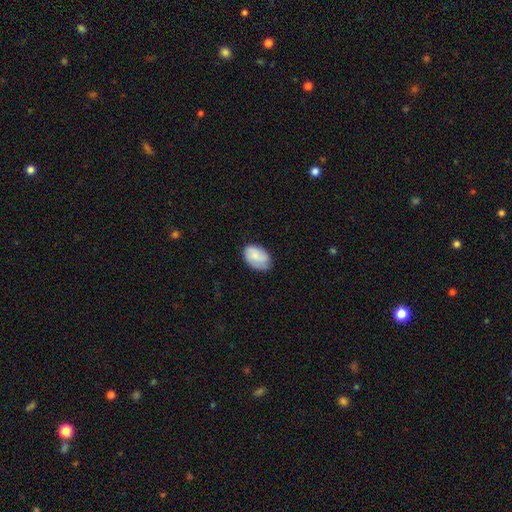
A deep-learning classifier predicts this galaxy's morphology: The model was most divided on "smooth or featured": smooth: 62%, featured or disk: 31%, star or artifact: 7%. More confident: how rounded — in between (85%); merging — none (69%).